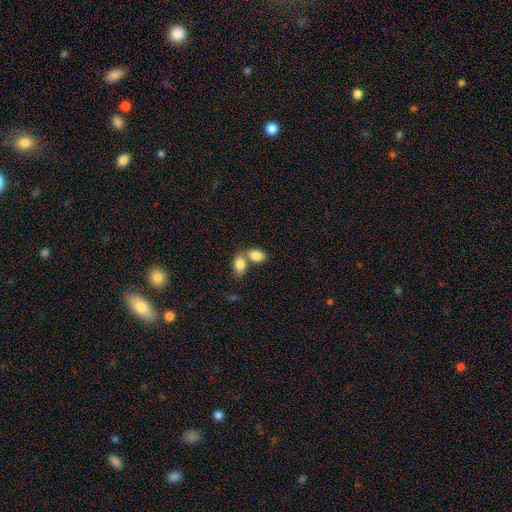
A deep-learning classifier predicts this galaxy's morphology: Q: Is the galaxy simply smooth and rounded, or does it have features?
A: smooth — 84%.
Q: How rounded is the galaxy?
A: in between — 87%.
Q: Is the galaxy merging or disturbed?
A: merger — 55%.